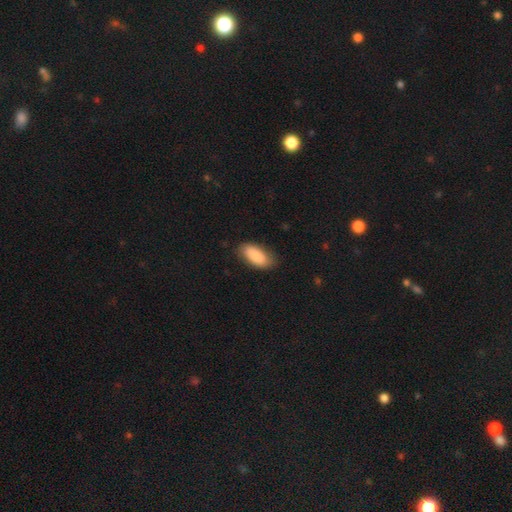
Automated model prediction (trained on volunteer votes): A smooth galaxy with no disk features (86%) that is in between round and cigar-shaped (89%). Merging: none (79%).